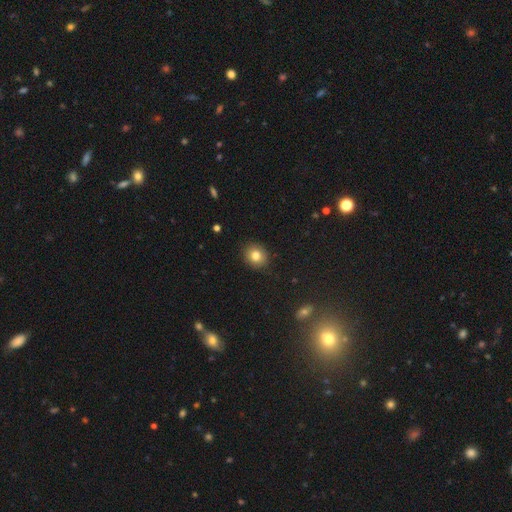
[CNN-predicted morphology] Smooth or featured?
  - smooth: 81% *
  - star or artifact: 11%
  - featured or disk: 8%
How rounded?
  - round: 79% *
  - in between: 20%
  - cigar-shaped: 1%
Merging?
  - none: 89% *
  - minor disturbance: 8%
  - major disturbance: 2%
  - merger: 1%